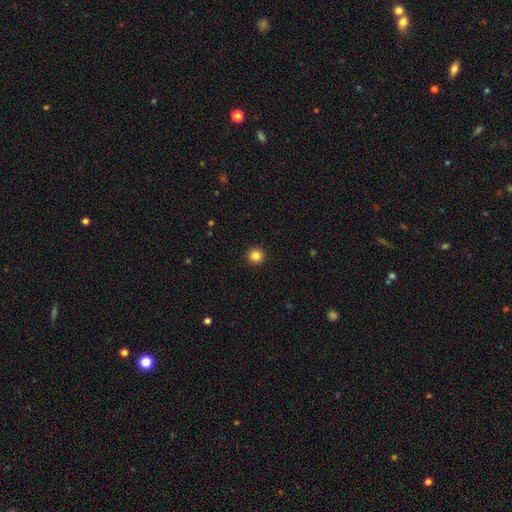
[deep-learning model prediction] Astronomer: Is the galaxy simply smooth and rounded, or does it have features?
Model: smooth — 85%.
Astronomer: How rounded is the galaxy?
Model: round — 95%.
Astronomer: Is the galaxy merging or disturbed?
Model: none — 93%.